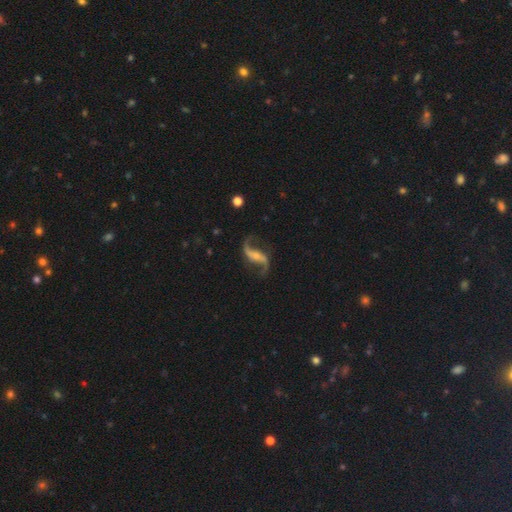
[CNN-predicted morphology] Q: Smooth or featured?
A: featured or disk (90%); runner-up: star or artifact (5%)
Q: Edge-on disk?
A: no (96%); runner-up: yes (4%)
Q: Bar?
A: strong (37%); runner-up: no (33%)
Q: Spiral arms?
A: yes (97%); runner-up: no (3%)
Q: Spiral winding?
A: loose (87%); runner-up: medium (10%)
Q: Spiral arm count?
A: 2 (94%); runner-up: 1 (2%)
Q: Bulge size?
A: small (62%); runner-up: moderate (25%)
Q: Merging?
A: none (77%); runner-up: minor disturbance (12%)